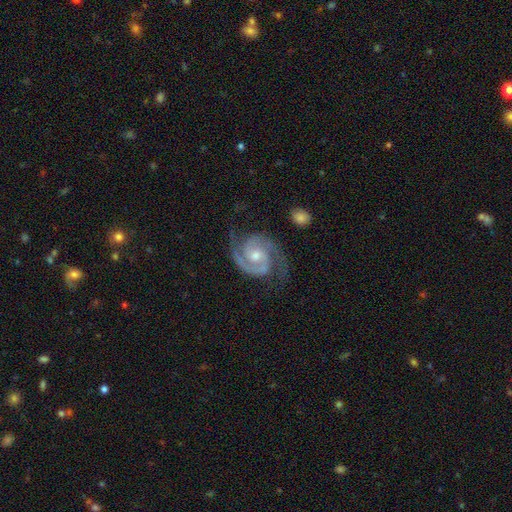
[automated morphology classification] Smooth or featured?
  - featured or disk: 93% *
  - star or artifact: 4%
  - smooth: 3%
Edge-on disk?
  - no: 98% *
  - yes: 2%
Bar?
  - no: 61% *
  - weak: 30%
  - strong: 8%
Spiral arms?
  - yes: 99% *
  - no: 1%
Spiral winding?
  - tight: 49% *
  - medium: 45%
  - loose: 6%
Spiral arm count?
  - 2: 93% *
  - 3: 2%
  - can't tell: 2%
  - 1: 1%
  - 4: 1%
  - more than 4: 1%
Bulge size?
  - moderate: 58% *
  - small: 37%
  - large: 2%
  - none: 2%
  - dominant: 1%
Merging?
  - none: 78% *
  - minor disturbance: 15%
  - major disturbance: 6%
  - merger: 2%